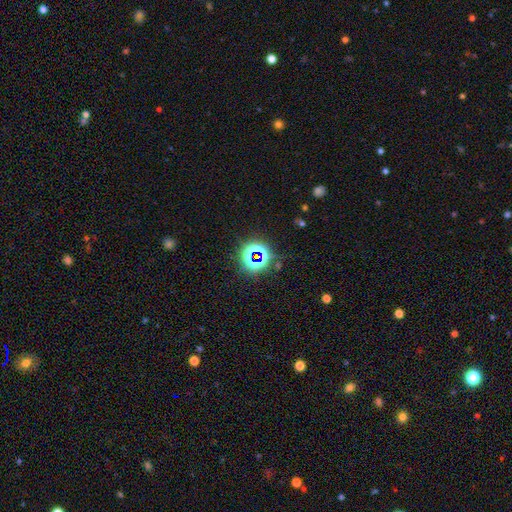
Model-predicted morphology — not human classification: A star or artifact, not a galaxy (74%).